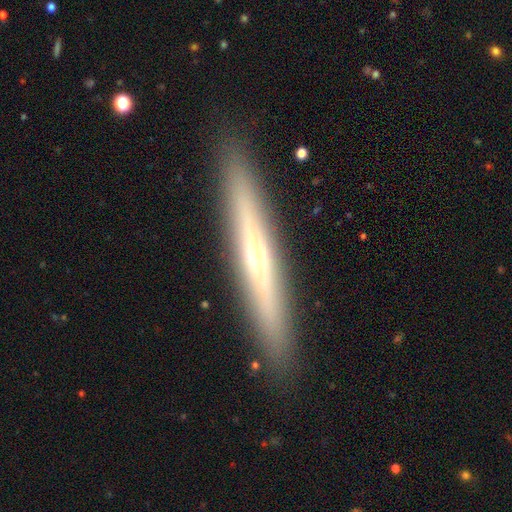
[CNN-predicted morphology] The model was most divided on "smooth or featured": featured or disk: 66%, smooth: 28%, star or artifact: 6%. More confident: edge-on disk — yes (93%); merging — none (91%); edge-on bulge — rounded (78%).